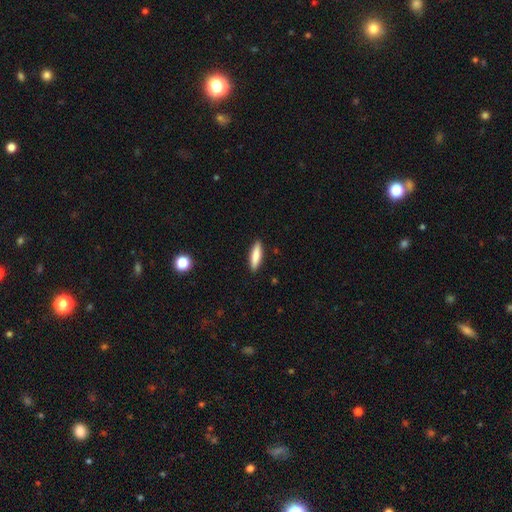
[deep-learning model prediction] Smooth or featured? smooth (81%)
How rounded? cigar-shaped (69%)
Merging? none (90%)